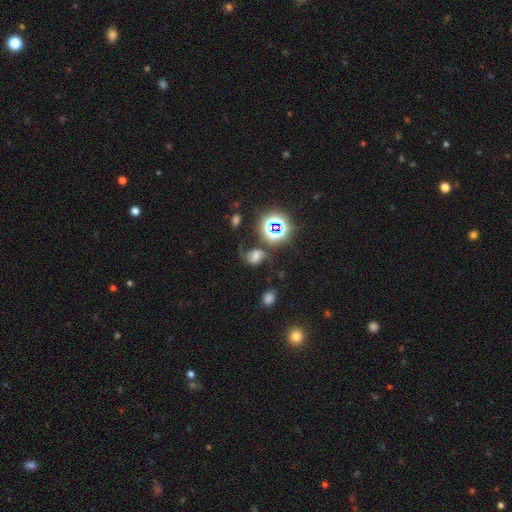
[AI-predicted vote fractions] Smooth or featured?
  - featured or disk: 43% *
  - smooth: 30%
  - star or artifact: 27%
Merging?
  - none: 48% *
  - major disturbance: 22%
  - minor disturbance: 22%
  - merger: 8%